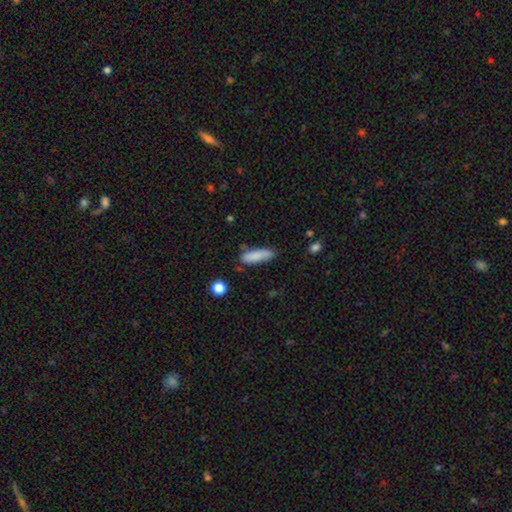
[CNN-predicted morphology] Q: Smooth or featured?
A: smooth (83%); runner-up: featured or disk (10%)
Q: How rounded?
A: in between (49%); tied with: cigar-shaped (49%)
Q: Merging?
A: none (70%); runner-up: minor disturbance (21%)